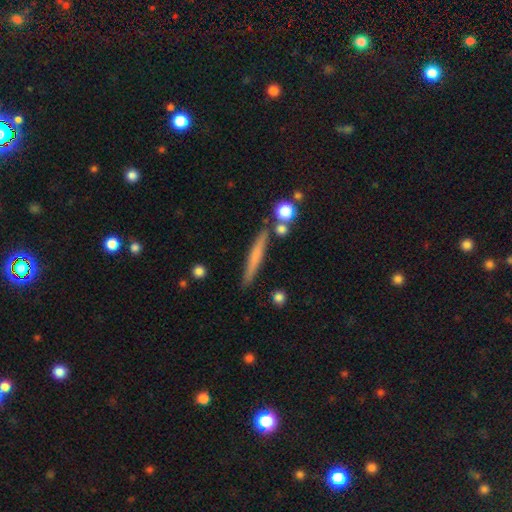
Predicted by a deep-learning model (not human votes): This is possibly a smooth galaxy (57%). How rounded: clearly cigar-shaped (94%). Merging: clearly none (83%).